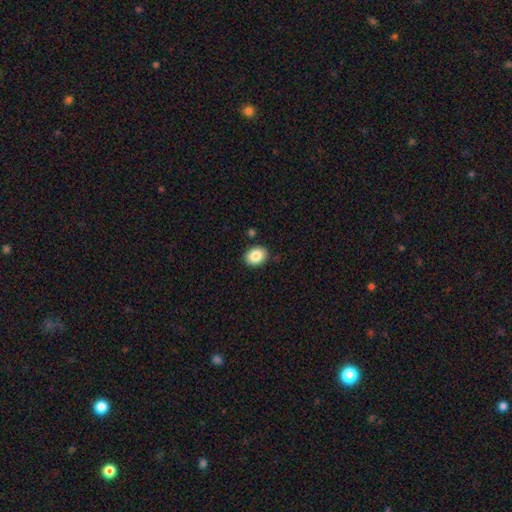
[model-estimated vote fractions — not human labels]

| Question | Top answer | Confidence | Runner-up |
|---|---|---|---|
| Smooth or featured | smooth | 86% | star or artifact (8%) |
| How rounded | in between | 60% | round (39%) |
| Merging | none | 88% | minor disturbance (8%) |